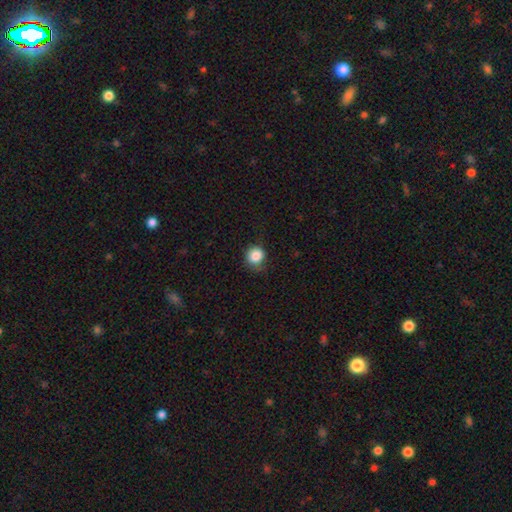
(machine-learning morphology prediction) Smooth or featured: smooth — 86% (star or artifact — 10%)
How rounded: round — 88% (in between — 11%)
Merging: none — 72% (minor disturbance — 22%)